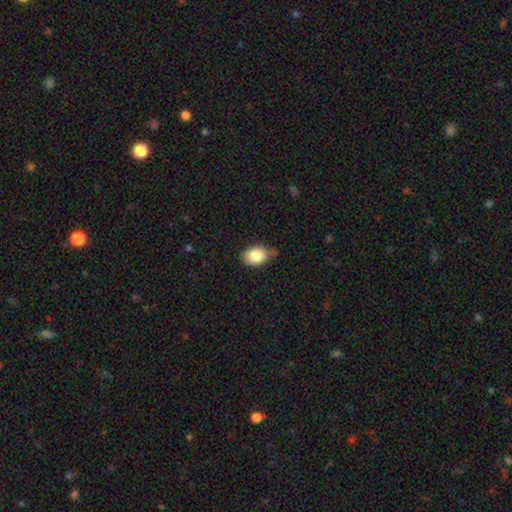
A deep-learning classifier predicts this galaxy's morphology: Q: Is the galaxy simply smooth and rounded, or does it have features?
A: smooth — 83%.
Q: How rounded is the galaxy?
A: in between — 76%.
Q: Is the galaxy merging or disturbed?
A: none — 67%.